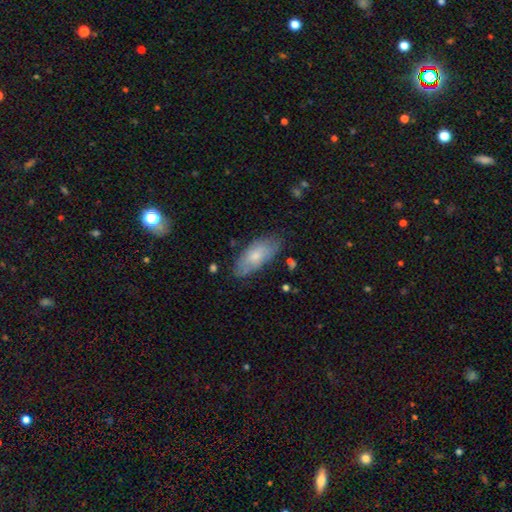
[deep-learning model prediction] Smooth or featured? smooth (71%)
How rounded? in between (86%)
Merging? none (71%)